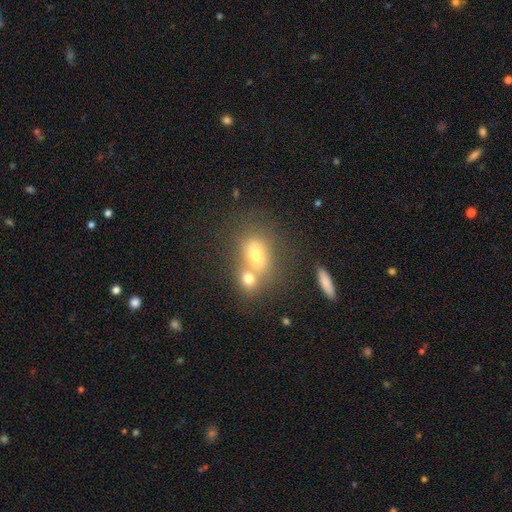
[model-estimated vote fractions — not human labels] This appears to be a smooth galaxy with no disk features (66%) that is in between round and cigar-shaped (71%). Merging: merger (53%).